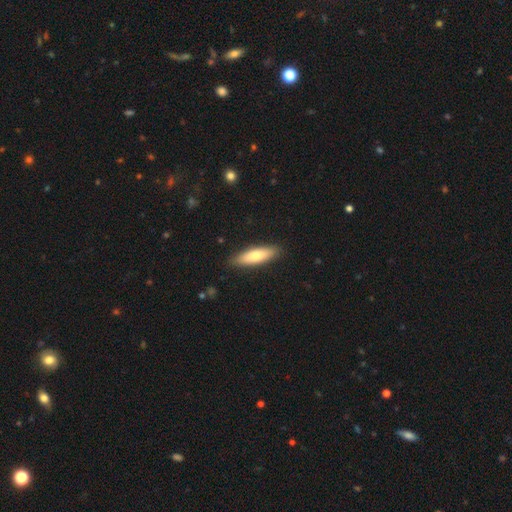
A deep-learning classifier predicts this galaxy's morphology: Smooth or featured? Predicted: smooth (p=0.71). How rounded? Predicted: cigar-shaped (p=0.58). Merging? Predicted: none (p=0.88).